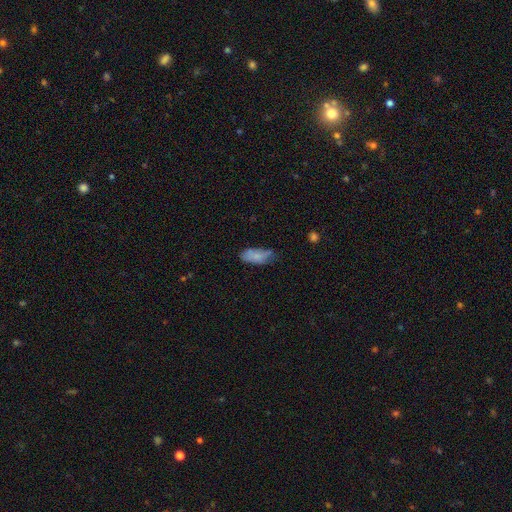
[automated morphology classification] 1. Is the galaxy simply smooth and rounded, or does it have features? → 77% smooth, 15% featured or disk, 8% star or artifact.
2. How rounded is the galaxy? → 84% in between, 13% cigar-shaped, 2% round.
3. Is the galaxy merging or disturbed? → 52% none, 35% minor disturbance, 10% major disturbance, 3% merger.